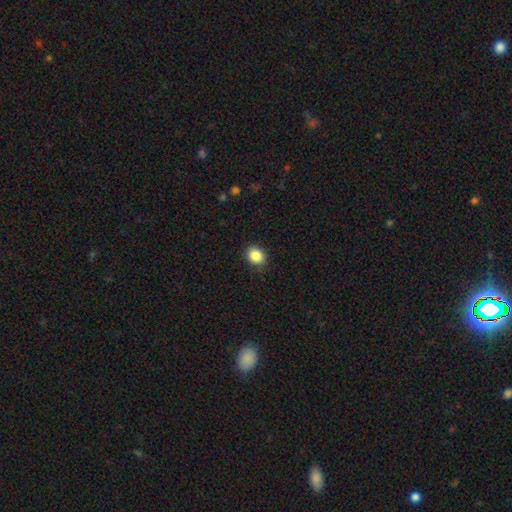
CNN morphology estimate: This appears to be a smooth galaxy with no disk features (87%) that is round (55%). Merging: none (88%).